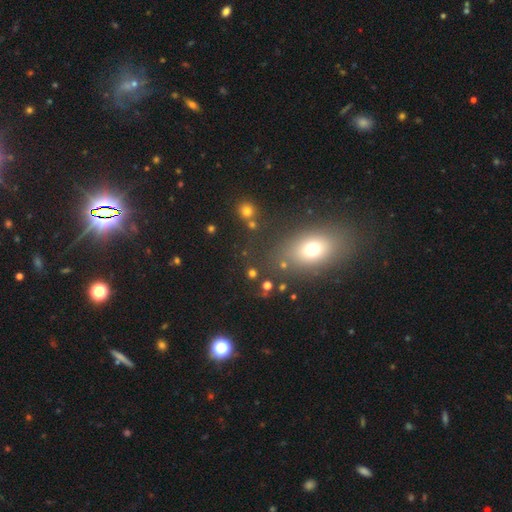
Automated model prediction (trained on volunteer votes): Overall: smooth (56%; star or artifact 26%). How rounded: in between (77%). Merging: none (79%).